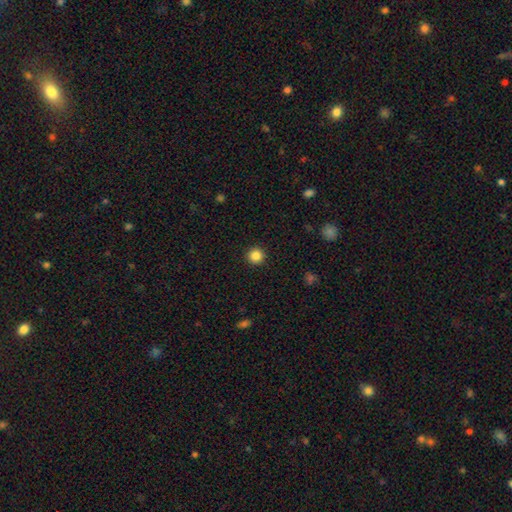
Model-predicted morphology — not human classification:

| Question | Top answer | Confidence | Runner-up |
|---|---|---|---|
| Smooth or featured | smooth | 85% | star or artifact (11%) |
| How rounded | round | 96% | in between (3%) |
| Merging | none | 93% | minor disturbance (4%) |